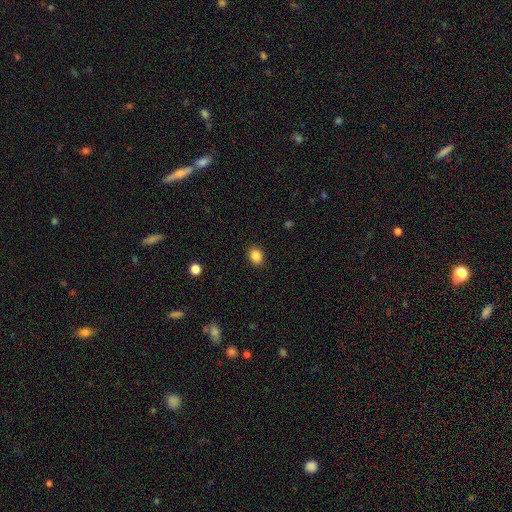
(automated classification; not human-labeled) Smooth or featured: smooth — 86% (star or artifact — 10%)
How rounded: in between — 57% (round — 42%)
Merging: none — 89% (minor disturbance — 7%)